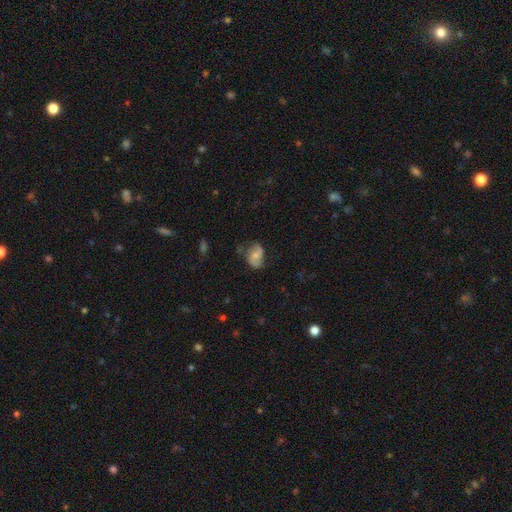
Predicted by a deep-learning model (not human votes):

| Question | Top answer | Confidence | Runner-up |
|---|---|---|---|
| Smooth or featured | featured or disk | 47% | smooth (44%) |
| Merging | none | 55% | minor disturbance (31%) |